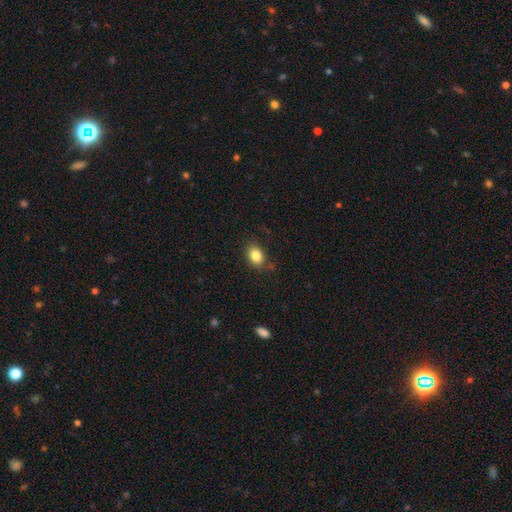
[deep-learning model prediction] This appears to be a smooth galaxy with no disk features (84%) that is in between round and cigar-shaped (62%). Merging: none (78%).